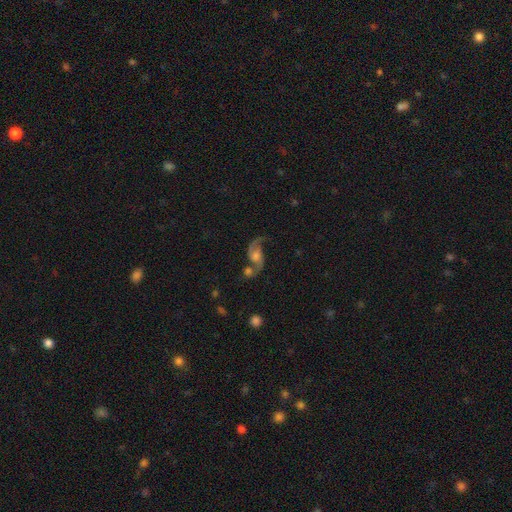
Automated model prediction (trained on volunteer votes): A featured or disk galaxy (85%) with no bar (58%), 2 (92%) loose (72%) spiral arms (96%) and a moderate central bulge (37%).

Vote fractions:
- Smooth or featured? featured or disk: 85% / smooth: 9% / star or artifact: 7%
- Edge-on disk? no: 97% / yes: 3%
- Bar? no: 58% / weak: 35% / strong: 8%
- Spiral arms? yes: 96% / no: 4%
- Spiral winding? loose: 72% / medium: 24% / tight: 5%
- Spiral arm count? 2: 92% / 1: 4% / can't tell: 2% / 3: 1% / 4: 1% / more than 4: 1%
- Bulge size? moderate: 37% / large: 23% / small: 20% / none: 17% / dominant: 3%
- Merging? none: 49% / merger: 25% / minor disturbance: 15% / major disturbance: 11%